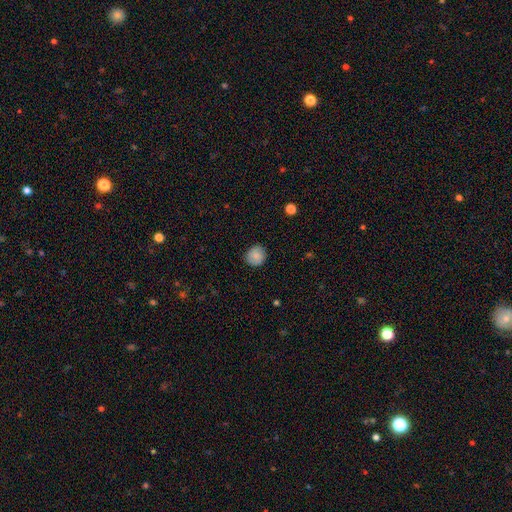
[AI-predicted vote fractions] The model was most divided on "smooth or featured": smooth: 85%, star or artifact: 8%, featured or disk: 7%. More confident: how rounded — round (89%); merging — none (88%).